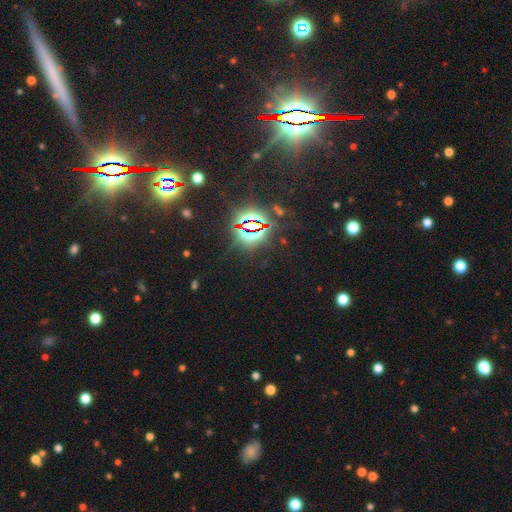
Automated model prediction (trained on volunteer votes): The model was most divided on "smooth or featured": star or artifact: 83%, smooth: 9%, featured or disk: 7%.